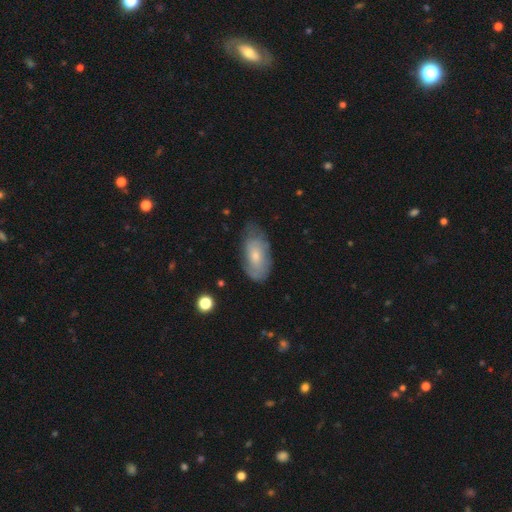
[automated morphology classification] A smooth galaxy with no disk features (56%) that is in between round and cigar-shaped (92%). Merging: none (60%).